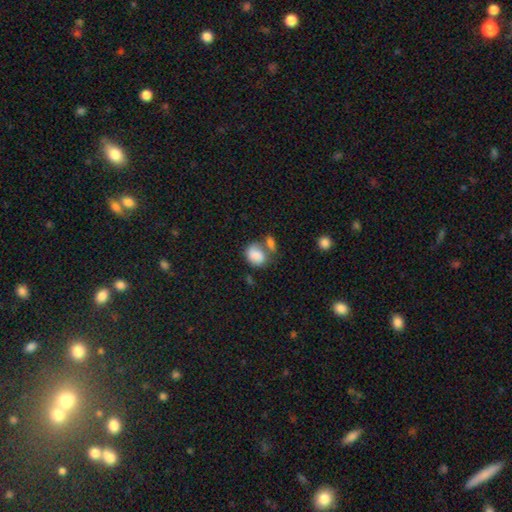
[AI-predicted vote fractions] This appears to be a smooth galaxy with no disk features (83%) that is in between round and cigar-shaped (67%). Merging: merger (39%).